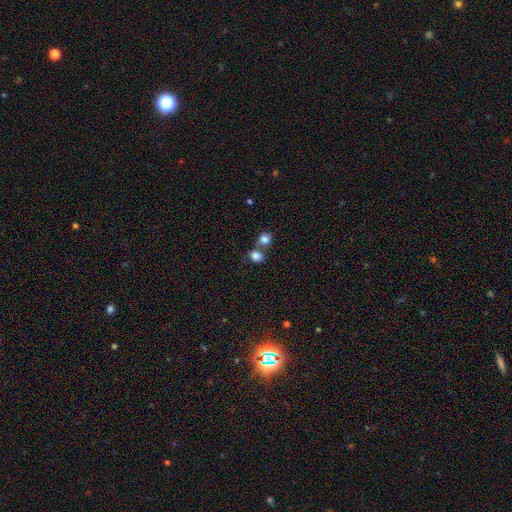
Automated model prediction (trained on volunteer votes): Smooth or featured: smooth — 82% (star or artifact — 11%)
How rounded: round — 56% (in between — 43%)
Merging: none — 45% (merger — 41%)